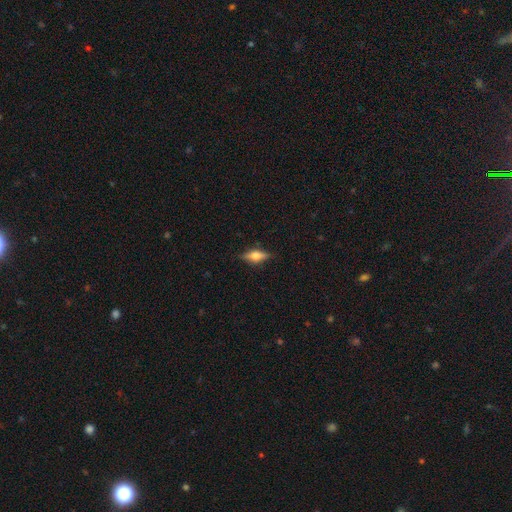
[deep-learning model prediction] A featured or disk galaxy (50%) viewed edge-on (93%). Merging: none (85%).